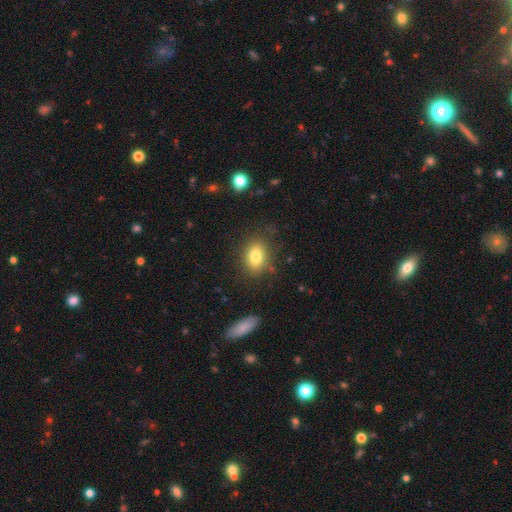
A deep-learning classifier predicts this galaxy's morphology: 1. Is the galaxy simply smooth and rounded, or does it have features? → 79% smooth, 11% featured or disk, 10% star or artifact.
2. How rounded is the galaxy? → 76% in between, 22% round, 2% cigar-shaped.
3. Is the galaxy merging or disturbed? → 81% none, 13% minor disturbance, 4% major disturbance, 2% merger.